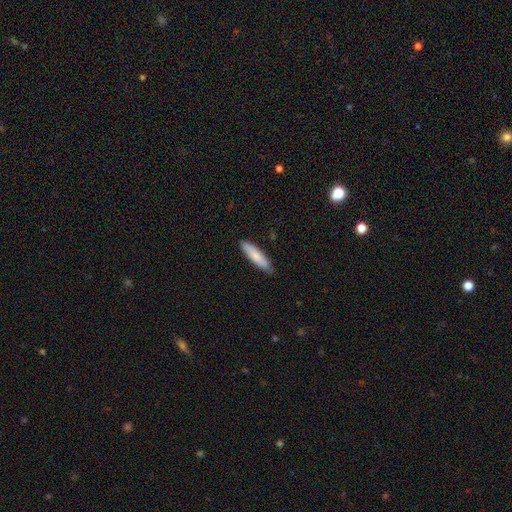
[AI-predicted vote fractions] This appears to be a smooth galaxy with no disk features (81%) that is cigar-shaped (72%). Merging: none (86%).